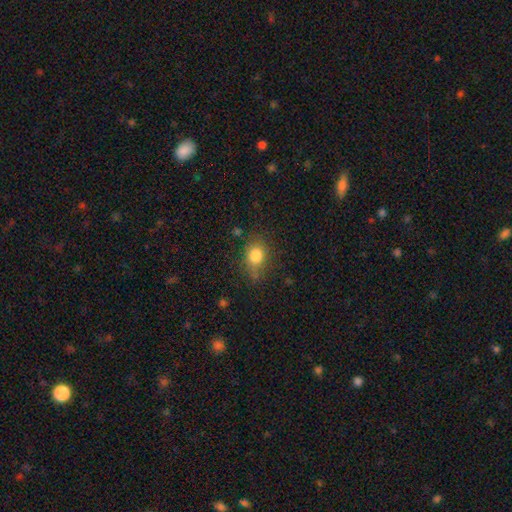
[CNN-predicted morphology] A smooth galaxy with no disk features (81%) that is in between round and cigar-shaped (55%). Merging: none (69%).